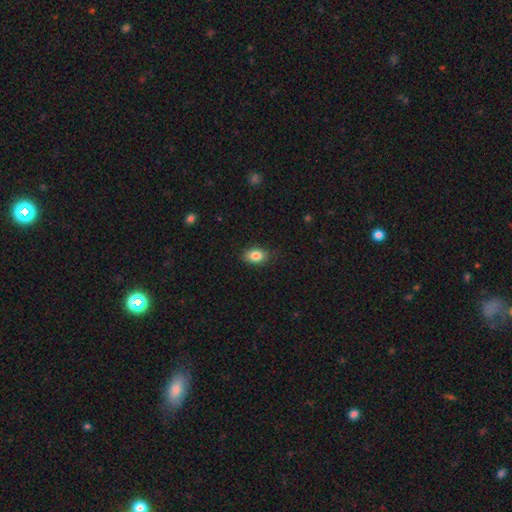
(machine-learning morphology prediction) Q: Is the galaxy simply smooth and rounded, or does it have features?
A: smooth — 85%.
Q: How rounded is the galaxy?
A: in between — 83%.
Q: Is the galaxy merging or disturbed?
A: none — 84%.